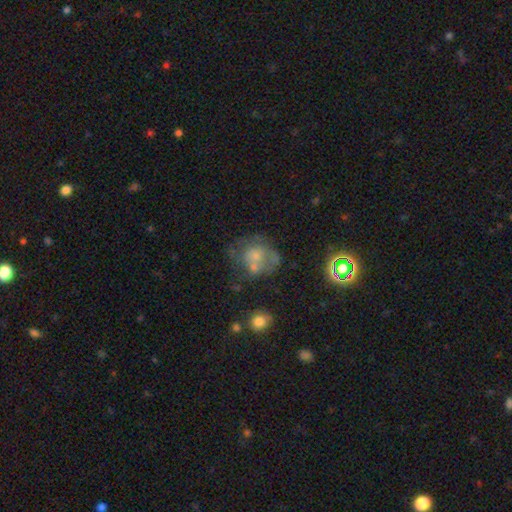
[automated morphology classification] smooth-or-featured: featured or disk: 45% | smooth: 36% | star or artifact: 18%
  merging: none: 37% | major disturbance: 23% | minor disturbance: 20% | merger: 20%